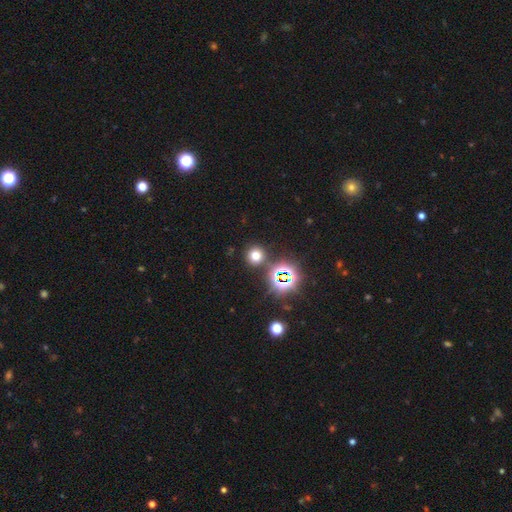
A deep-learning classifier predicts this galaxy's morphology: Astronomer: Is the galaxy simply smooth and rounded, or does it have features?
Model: smooth — 65%.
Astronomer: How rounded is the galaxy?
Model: round — 92%.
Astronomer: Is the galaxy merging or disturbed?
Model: none — 84%.